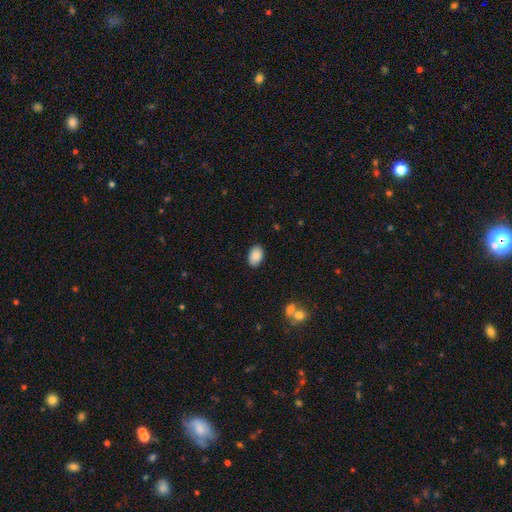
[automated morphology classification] smooth_or_featured: smooth (p=0.89) [alt: star or artifact p=0.07]
how_rounded: in between (p=0.89) [alt: round p=0.10]
merging: none (p=0.87) [alt: minor disturbance p=0.09]